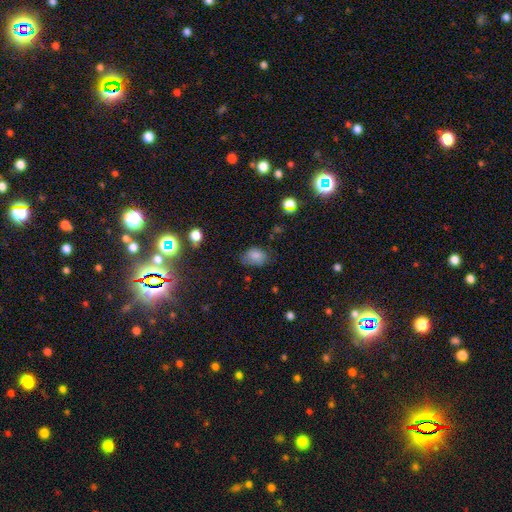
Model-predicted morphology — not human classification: The model was most divided on "merging": none: 57%, minor disturbance: 31%, major disturbance: 9%, merger: 2%. More confident: smooth or featured — smooth (78%); how rounded — in between (77%).